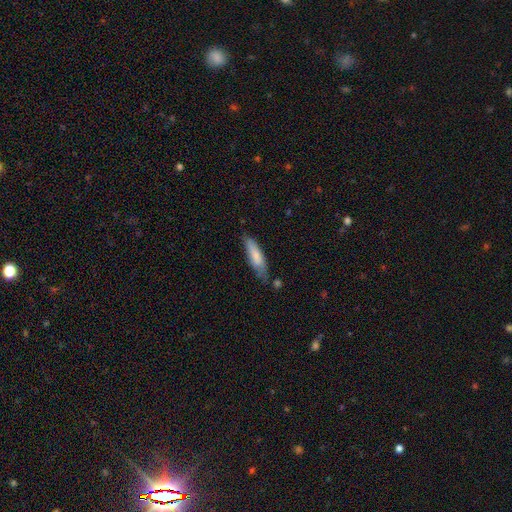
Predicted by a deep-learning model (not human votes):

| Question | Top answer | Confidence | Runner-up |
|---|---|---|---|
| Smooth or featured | smooth | 75% | featured or disk (19%) |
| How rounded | cigar-shaped | 61% | in between (38%) |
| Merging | none | 57% | minor disturbance (31%) |